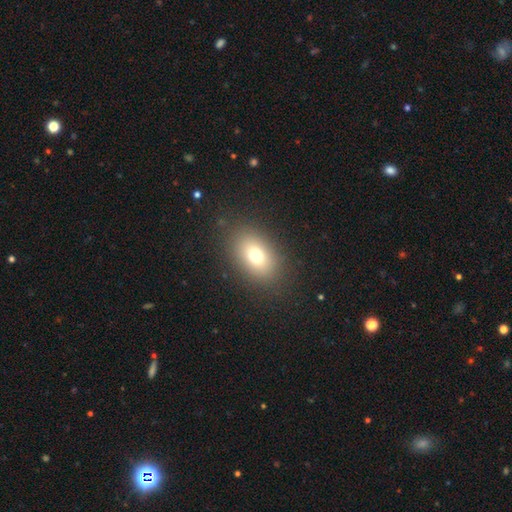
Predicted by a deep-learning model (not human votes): smooth_or_featured: smooth (p=0.74) [alt: star or artifact p=0.13]
how_rounded: in between (p=0.78) [alt: round p=0.21]
merging: none (p=0.85) [alt: minor disturbance p=0.09]